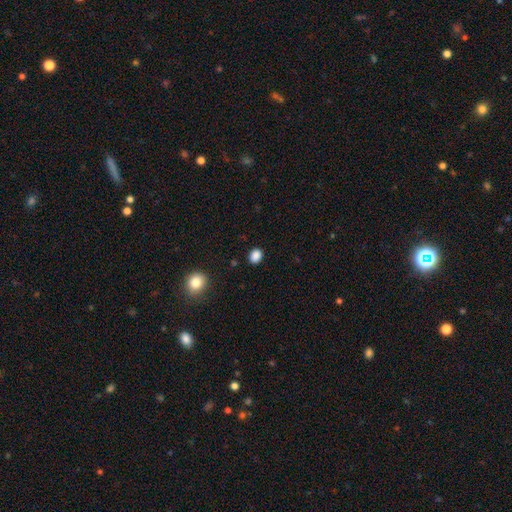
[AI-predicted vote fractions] A smooth galaxy with no disk features (87%) that is in between round and cigar-shaped (50%).

Vote fractions:
- Smooth or featured? smooth: 87% / star or artifact: 10% / featured or disk: 3%
- How rounded? in between: 50% / round: 49% / cigar-shaped: 1%
- Merging? none: 87% / minor disturbance: 9% / major disturbance: 2% / merger: 1%